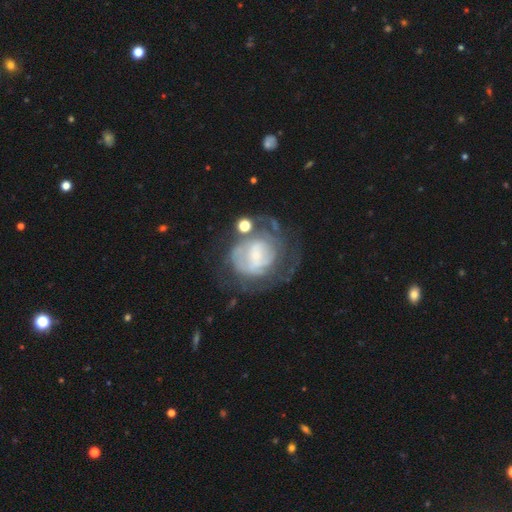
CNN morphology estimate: This appears to be a featured or disk galaxy (68%) with no bar (55%), spiral arms (64%) and a small central bulge (33%). Merging: none (43%).